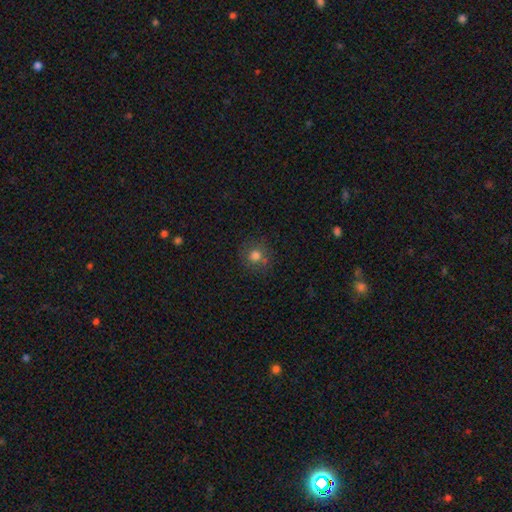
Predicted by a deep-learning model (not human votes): A smooth galaxy with no disk features (76%) that is round (87%).

Vote fractions:
- Smooth or featured? smooth: 76% / star or artifact: 15% / featured or disk: 9%
- How rounded? round: 87% / in between: 12% / cigar-shaped: 1%
- Merging? none: 76% / minor disturbance: 13% / merger: 6% / major disturbance: 5%